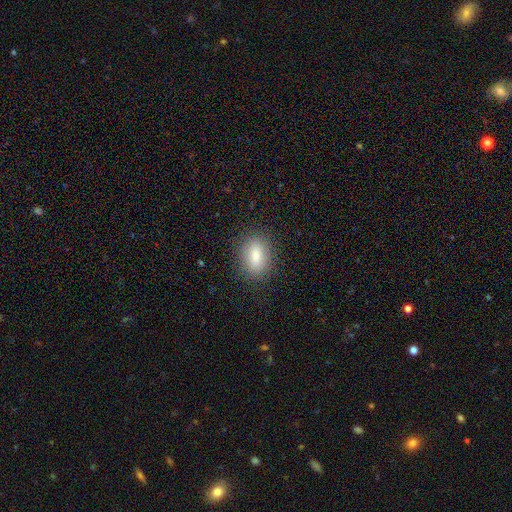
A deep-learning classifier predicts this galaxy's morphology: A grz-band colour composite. It shows a smooth galaxy with no disk features (82%) that is in between round and cigar-shaped (84%). Merging: none (86%).